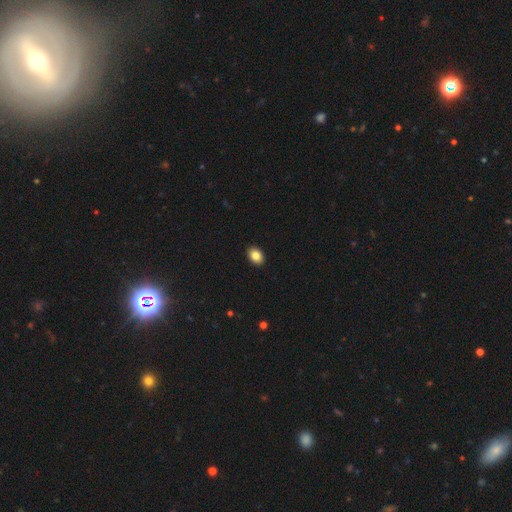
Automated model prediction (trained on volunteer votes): smooth-or-featured: smooth: 86% | star or artifact: 8% | featured or disk: 6%
  how-rounded: in between: 78% | round: 21% | cigar-shaped: 1%
  merging: none: 92% | minor disturbance: 6% | major disturbance: 1% | merger: 1%